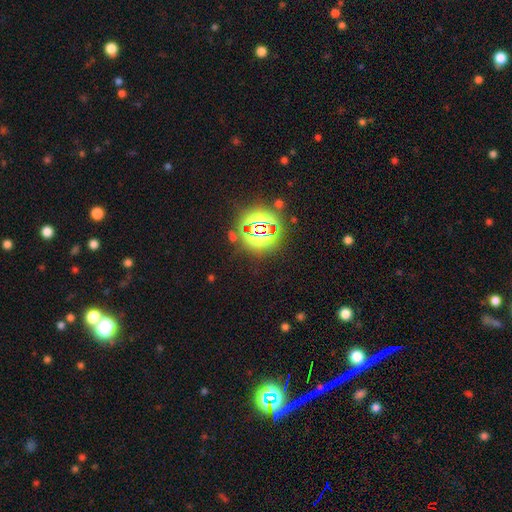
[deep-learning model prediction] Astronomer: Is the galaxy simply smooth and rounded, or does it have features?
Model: star or artifact — 77%.